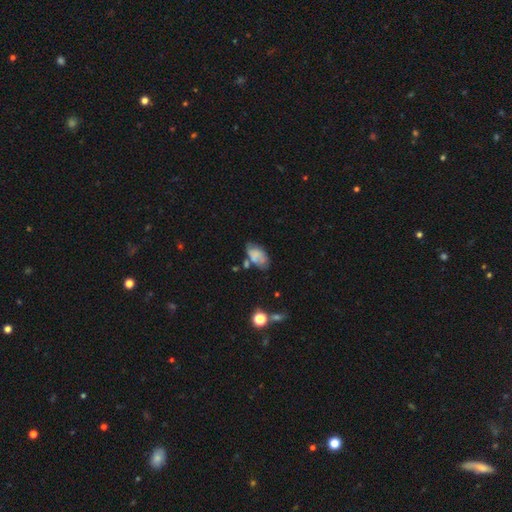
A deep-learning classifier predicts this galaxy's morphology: smooth 65%, featured or disk 25%, star or artifact 10%. Down the decision tree: how rounded — in between (92%); merging — none (48%).